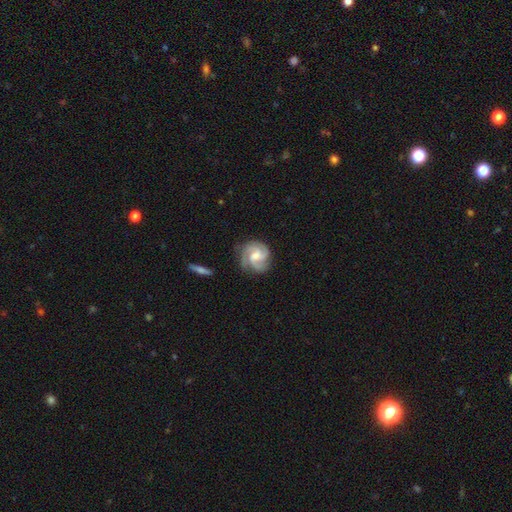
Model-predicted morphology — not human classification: A featured or disk galaxy (86%) with no bar (49%), 3 (64%) tight (53%) spiral arms (98%) and a moderate central bulge (53%).

Vote fractions:
- Smooth or featured? featured or disk: 86% / smooth: 9% / star or artifact: 5%
- Edge-on disk? no: 98% / yes: 2%
- Bar? no: 49% / weak: 42% / strong: 9%
- Spiral arms? yes: 98% / no: 2%
- Spiral winding? tight: 53% / medium: 40% / loose: 7%
- Spiral arm count? 3: 64% / 2: 16% / 4: 8% / can't tell: 7% / 1: 3% / more than 4: 3%
- Bulge size? moderate: 53% / small: 33% / large: 6% / none: 6% / dominant: 1%
- Merging? none: 75% / minor disturbance: 17% / major disturbance: 6% / merger: 2%